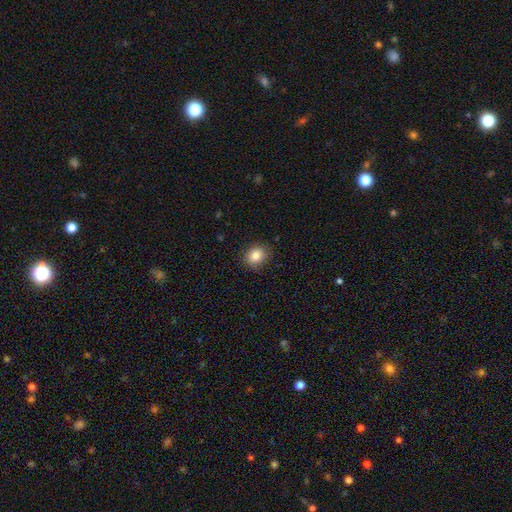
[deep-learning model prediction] smooth-or-featured: smooth: 84% | star or artifact: 10% | featured or disk: 6%
  how-rounded: round: 68% | in between: 31% | cigar-shaped: 1%
  merging: none: 86% | minor disturbance: 11% | major disturbance: 3% | merger: 1%